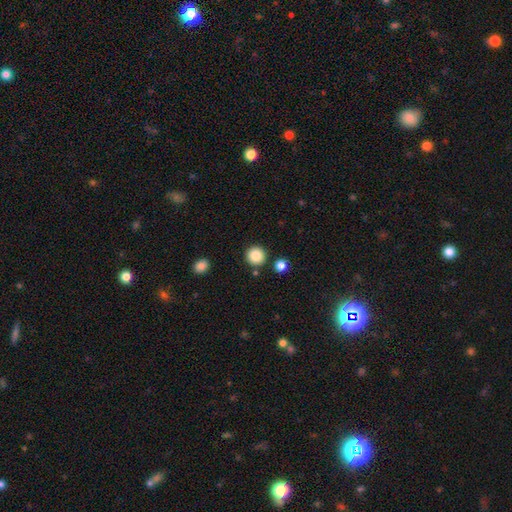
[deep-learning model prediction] smooth-or-featured: smooth: 87% | star or artifact: 9% | featured or disk: 4%
  how-rounded: round: 94% | in between: 5% | cigar-shaped: 1%
  merging: none: 87% | minor disturbance: 6% | merger: 4% | major disturbance: 2%